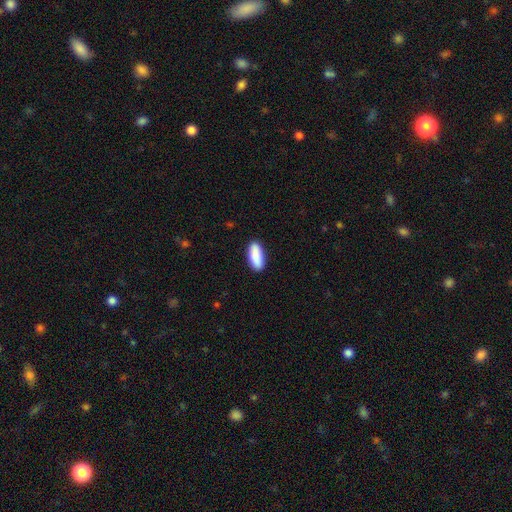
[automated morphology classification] This appears to be a smooth galaxy with no disk features (90%) that is in between round and cigar-shaped (78%). Merging: none (89%).